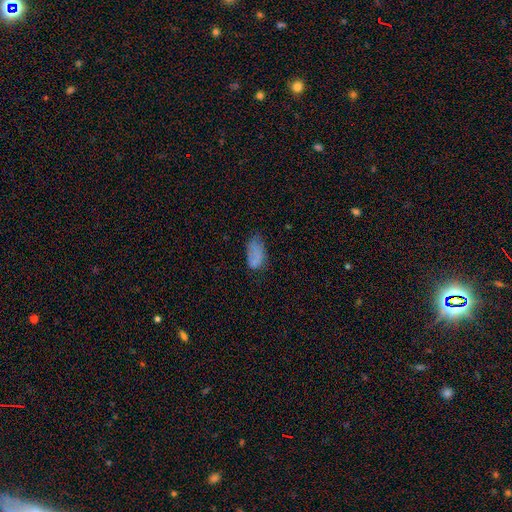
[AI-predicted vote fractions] Overall: smooth (73%). How rounded: in between (93%). Merging: none (45%; minor disturbance 32%).